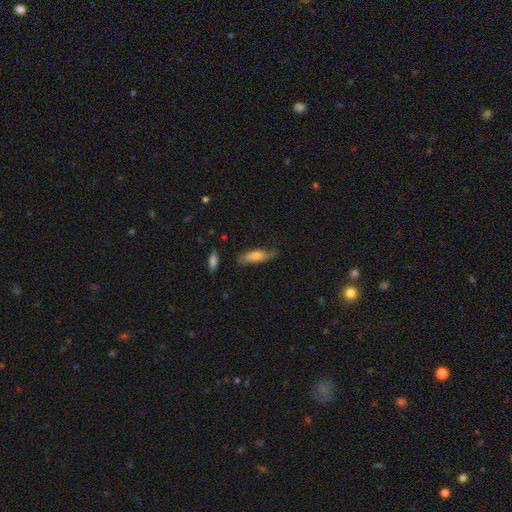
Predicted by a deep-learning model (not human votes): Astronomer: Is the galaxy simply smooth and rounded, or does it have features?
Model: smooth — 53% (runner-up: featured or disk, 37%).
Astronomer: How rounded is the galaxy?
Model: in between — 53% (runner-up: cigar-shaped, 44%).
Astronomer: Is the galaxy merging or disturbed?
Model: none — 59%.